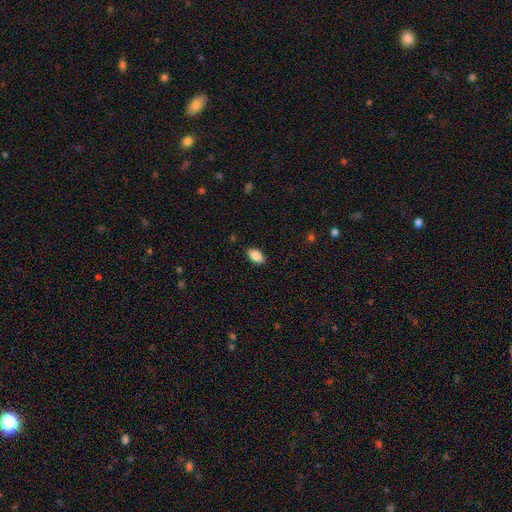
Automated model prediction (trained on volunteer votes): Smooth or featured? Predicted: smooth (p=0.87). How rounded? Predicted: in between (p=0.92). Merging? Predicted: none (p=0.87).